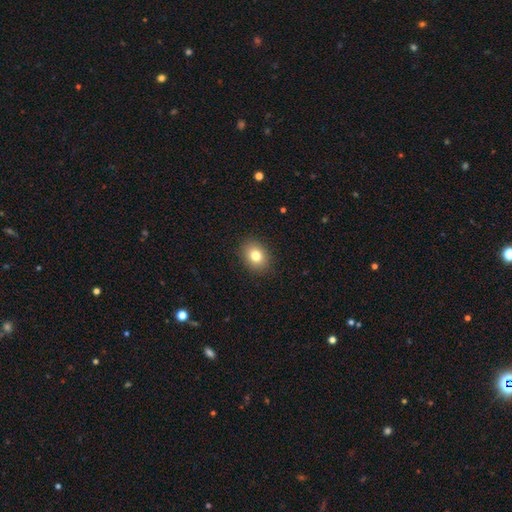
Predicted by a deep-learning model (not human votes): Smooth or featured? Predicted: smooth (p=0.80). How rounded? Predicted: in between (p=0.56). Merging? Predicted: none (p=0.89).